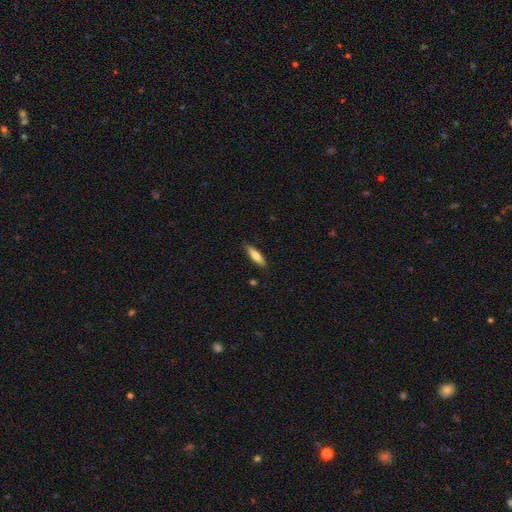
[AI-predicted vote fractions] Smooth or featured? Predicted: smooth (p=0.70). How rounded? Predicted: cigar-shaped (p=0.70). Merging? Predicted: none (p=0.85).